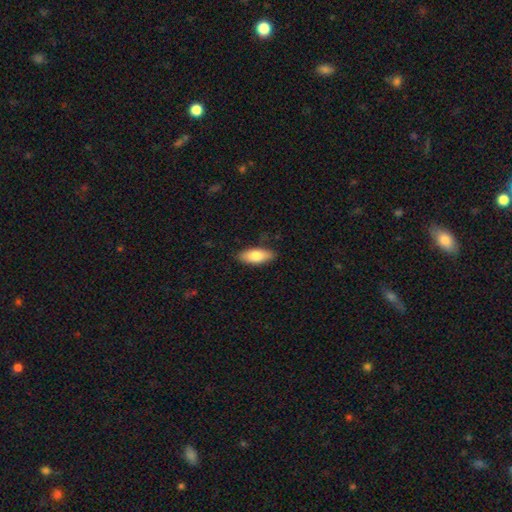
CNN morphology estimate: This is likely a smooth galaxy (80%). How rounded: likely in between (80%). Merging: clearly none (85%).